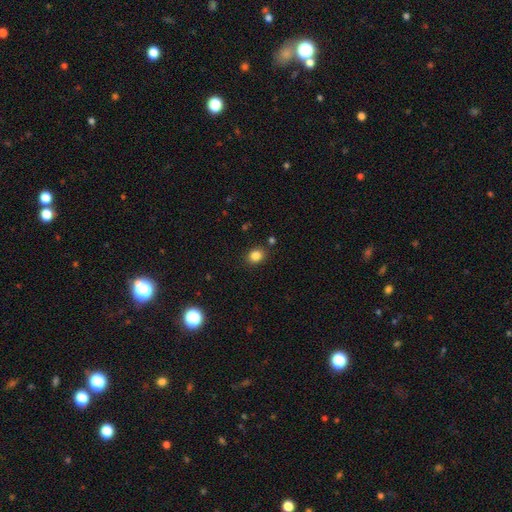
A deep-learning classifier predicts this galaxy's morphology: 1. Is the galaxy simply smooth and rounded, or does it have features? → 84% smooth, 11% star or artifact, 4% featured or disk.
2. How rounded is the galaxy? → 58% round, 42% in between, 1% cigar-shaped.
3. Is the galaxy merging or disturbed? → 85% none, 9% minor disturbance, 3% merger, 3% major disturbance.